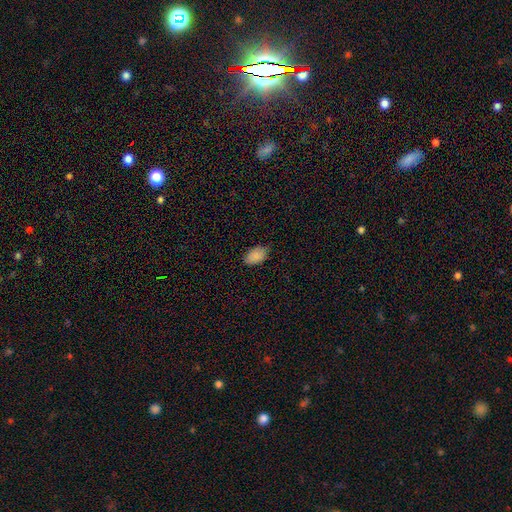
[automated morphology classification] The model was most divided on "merging": none: 81%, minor disturbance: 16%, major disturbance: 2%, merger: 1%. More confident: how rounded — in between (93%); smooth or featured — smooth (88%).